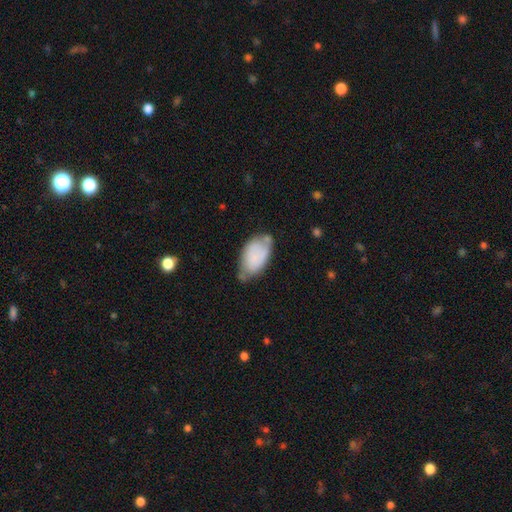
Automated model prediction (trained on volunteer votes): This appears to be a smooth galaxy with no disk features (71%) that is in between round and cigar-shaped (94%). Merging: none (49%).